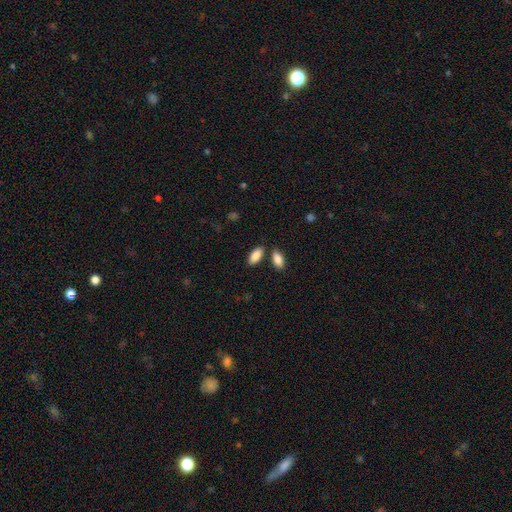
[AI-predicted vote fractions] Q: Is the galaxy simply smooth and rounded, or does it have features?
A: smooth — 88%.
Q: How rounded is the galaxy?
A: in between — 88%.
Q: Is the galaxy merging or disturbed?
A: none — 77%.